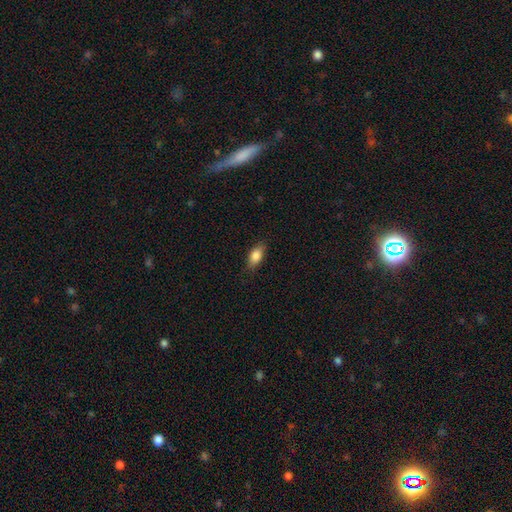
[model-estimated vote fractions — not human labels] Smooth or featured: smooth — 83% (featured or disk — 10%)
How rounded: in between — 84% (cigar-shaped — 10%)
Merging: none — 83% (minor disturbance — 14%)